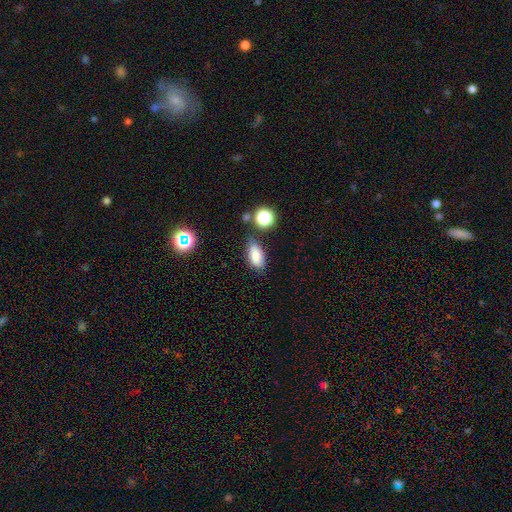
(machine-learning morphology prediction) Overall: smooth (82%). How rounded: in between (87%). Merging: none (73%).